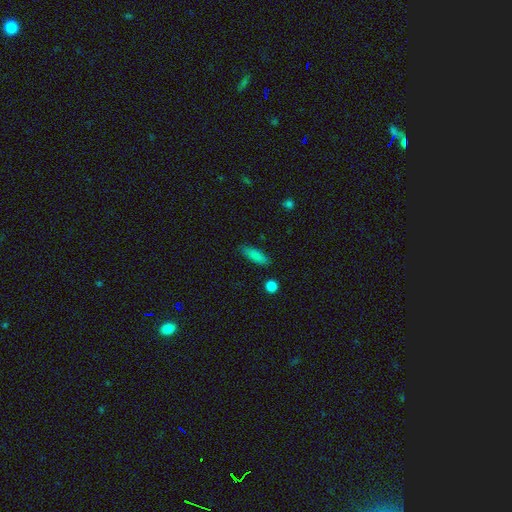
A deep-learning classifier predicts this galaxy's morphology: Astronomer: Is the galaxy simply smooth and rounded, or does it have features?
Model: smooth — 85%.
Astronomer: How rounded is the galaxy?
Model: in between — 53% (runner-up: cigar-shaped, 45%).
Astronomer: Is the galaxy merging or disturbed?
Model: none — 83%.